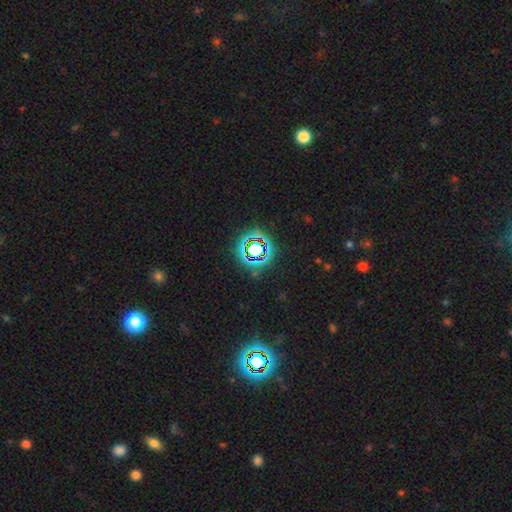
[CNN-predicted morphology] This is likely a star or artifact rather than a galaxy (76%).